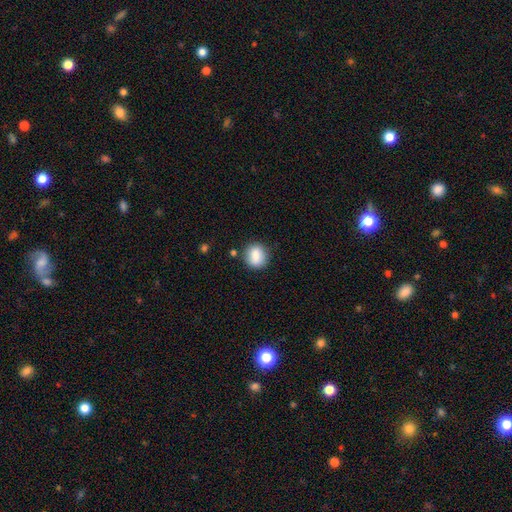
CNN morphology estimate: The model was most divided on "how rounded": round: 80%, in between: 19%, cigar-shaped: 1%. More confident: smooth or featured — smooth (84%); merging — none (83%).